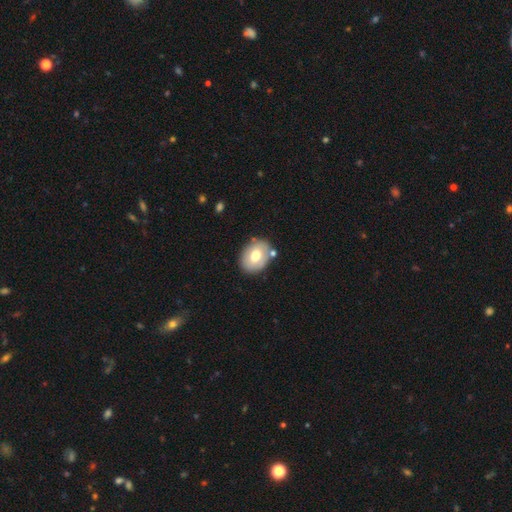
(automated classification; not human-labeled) Morphology: type=smooth (67%); roundness=in between (65%); merging=none (77%).